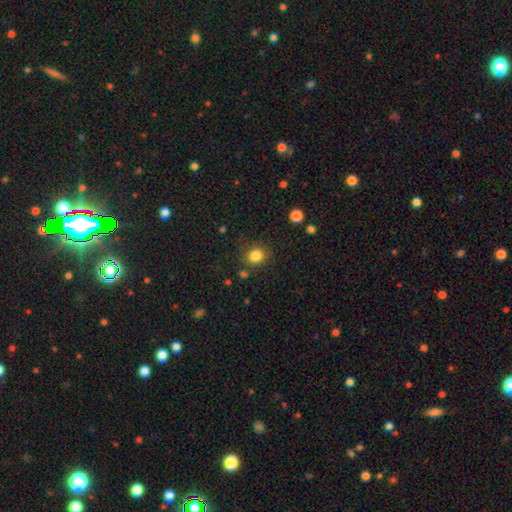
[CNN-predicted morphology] Overall: smooth (84%). How rounded: round (80%). Merging: none (82%).